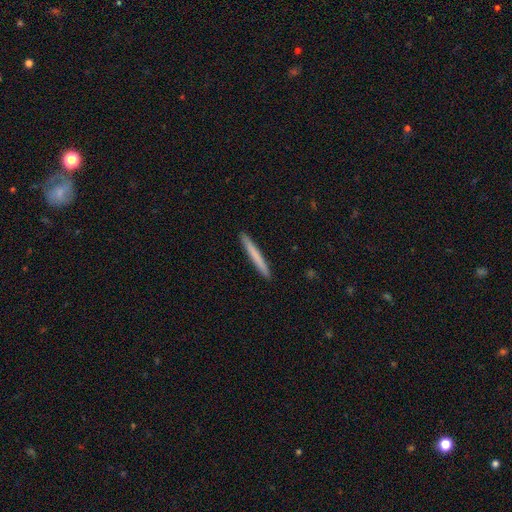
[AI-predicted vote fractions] Overall: smooth (71%). How rounded: cigar-shaped (97%). Merging: none (93%).